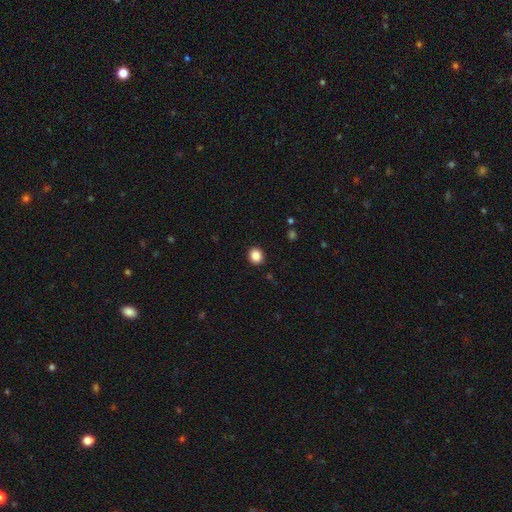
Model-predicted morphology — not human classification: The model was most divided on "how rounded": round: 74%, in between: 25%, cigar-shaped: 1%. More confident: merging — none (91%); smooth or featured — smooth (86%).